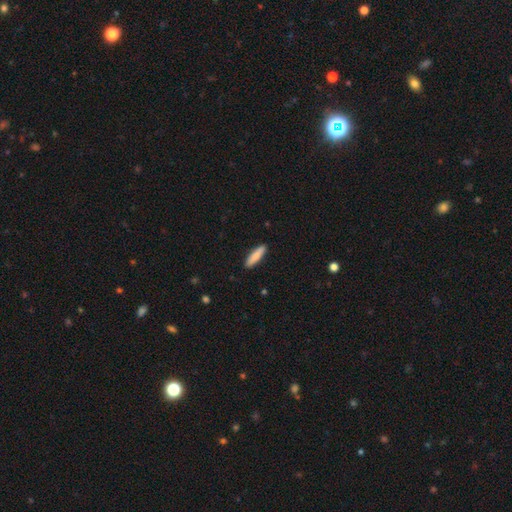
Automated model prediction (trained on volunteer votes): Overall: smooth (84%). How rounded: cigar-shaped (76%). Merging: none (90%).